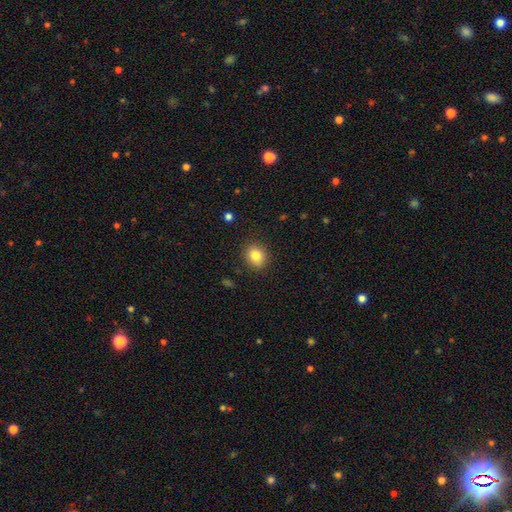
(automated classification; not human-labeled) Smooth or featured? smooth (82%)
How rounded? round (64%)
Merging? none (89%)